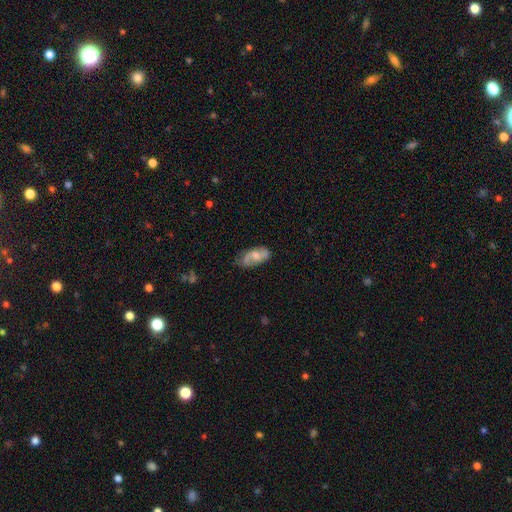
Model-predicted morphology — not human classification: smooth-or-featured: featured or disk: 55% | smooth: 38% | star or artifact: 7%
  disk-edge-on: no: 93% | yes: 7%
    bar: no: 53% | weak: 40% | strong: 7%
    has-spiral-arms: yes: 87% | no: 13%
    bulge-size: moderate: 45% | small: 32% | none: 14% | large: 8% | dominant: 1%
  merging: none: 69% | minor disturbance: 23% | major disturbance: 6% | merger: 2%